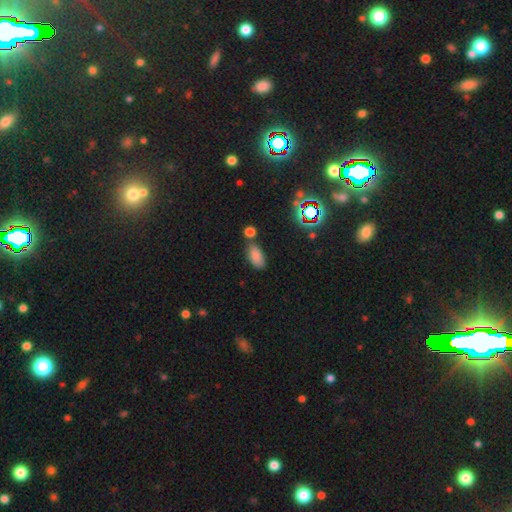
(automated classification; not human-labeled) Overall: smooth (77%). How rounded: in between (90%). Merging: none (66%).